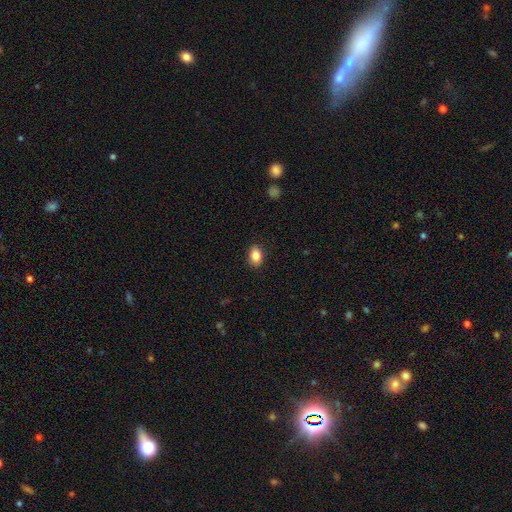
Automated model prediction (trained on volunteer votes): Smooth or featured? Predicted: smooth (p=0.86). How rounded? Predicted: in between (p=0.78). Merging? Predicted: none (p=0.89).